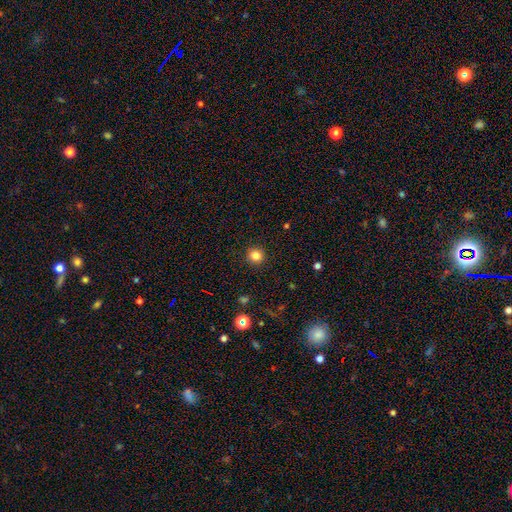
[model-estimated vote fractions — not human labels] smooth-or-featured: smooth: 82% | star or artifact: 13% | featured or disk: 5%
  how-rounded: round: 93% | in between: 6% | cigar-shaped: 1%
  merging: none: 92% | minor disturbance: 5% | major disturbance: 2% | merger: 1%